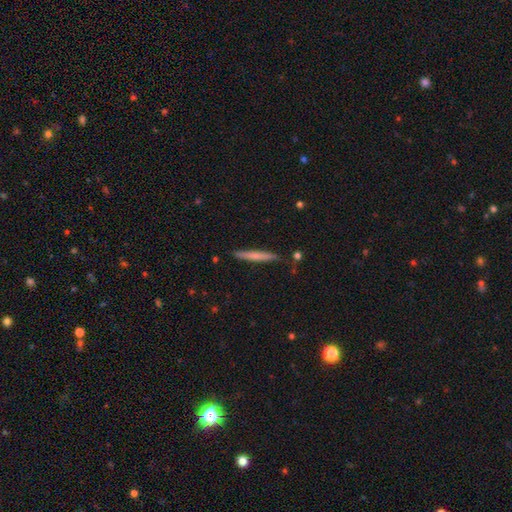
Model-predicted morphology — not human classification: Overall: smooth (63%; featured or disk 32%). How rounded: cigar-shaped (96%). Merging: none (86%).